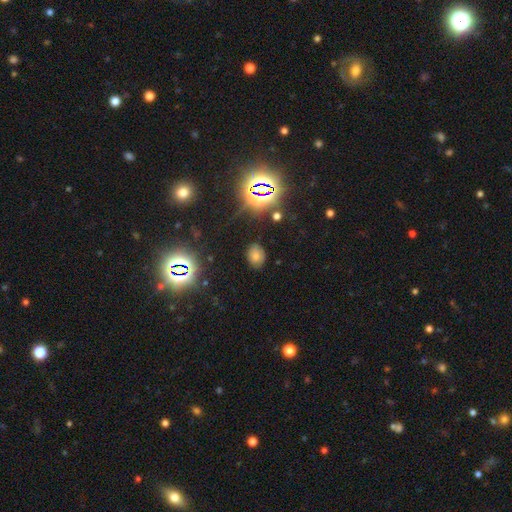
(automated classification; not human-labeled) Morphology: type=smooth (46%); merging=none (83%).